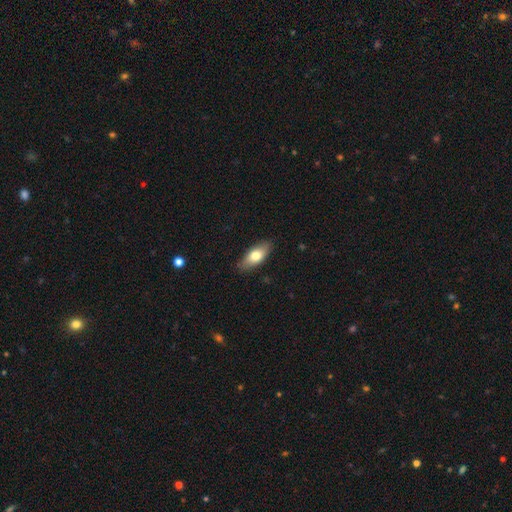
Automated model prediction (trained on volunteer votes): smooth_or_featured: smooth (p=0.72) [alt: featured or disk p=0.22]
how_rounded: in between (p=0.83) [alt: cigar-shaped p=0.14]
merging: none (p=0.84) [alt: minor disturbance p=0.13]